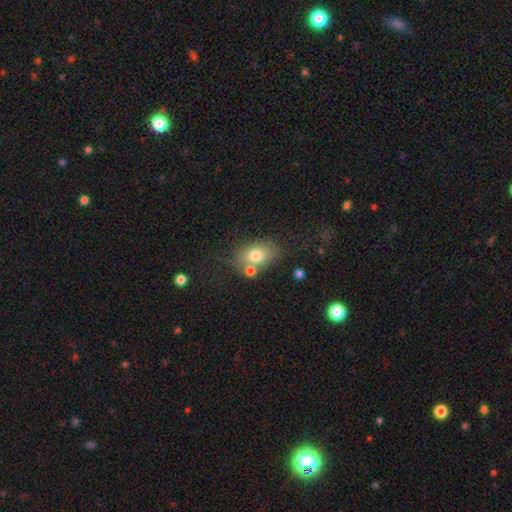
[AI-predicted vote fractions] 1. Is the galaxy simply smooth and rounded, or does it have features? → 75% smooth, 15% featured or disk, 10% star or artifact.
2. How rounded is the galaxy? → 78% in between, 21% round, 1% cigar-shaped.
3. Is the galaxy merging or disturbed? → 59% none, 18% merger, 17% minor disturbance, 6% major disturbance.